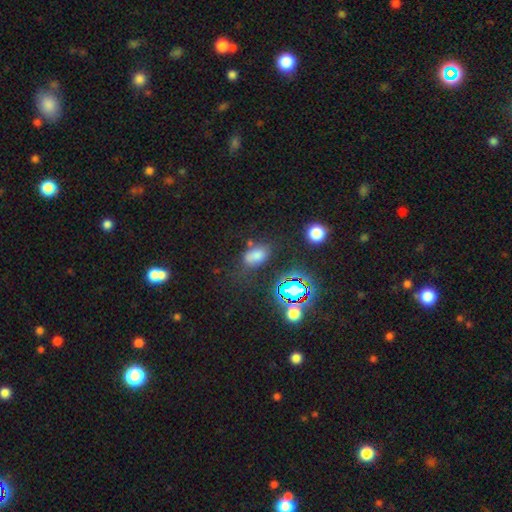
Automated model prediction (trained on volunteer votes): smooth_or_featured: smooth (p=0.67) [alt: star or artifact p=0.23]
how_rounded: in between (p=0.87) [alt: round p=0.10]
merging: none (p=0.66) [alt: minor disturbance p=0.19]